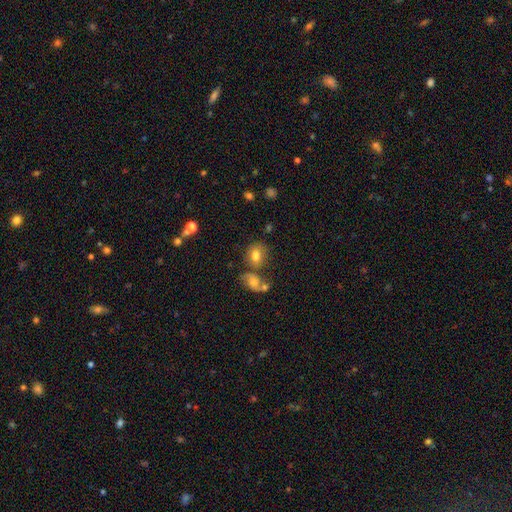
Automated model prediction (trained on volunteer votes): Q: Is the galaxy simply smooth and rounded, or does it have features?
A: smooth — 75%.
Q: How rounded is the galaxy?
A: in between — 63%.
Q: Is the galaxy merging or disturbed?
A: none — 52%.